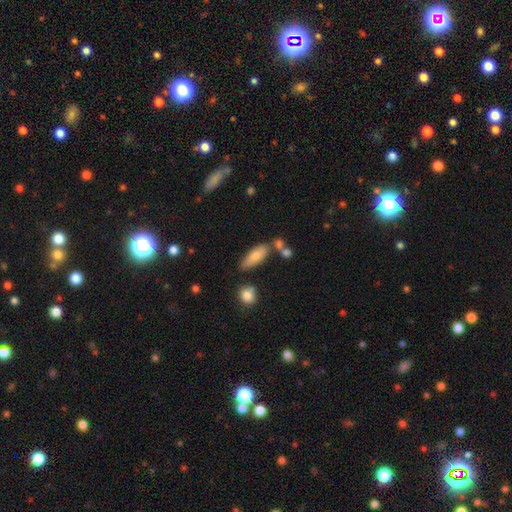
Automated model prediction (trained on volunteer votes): smooth-or-featured: smooth: 77% | featured or disk: 16% | star or artifact: 7%
  how-rounded: in between: 64% | cigar-shaped: 34% | round: 3%
  merging: none: 63% | minor disturbance: 18% | merger: 14% | major disturbance: 5%